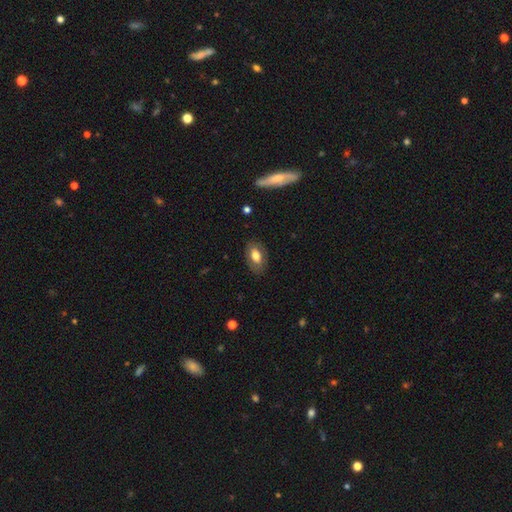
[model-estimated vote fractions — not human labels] This is likely a smooth galaxy (70%). How rounded: clearly in between (90%). Merging: clearly none (82%).